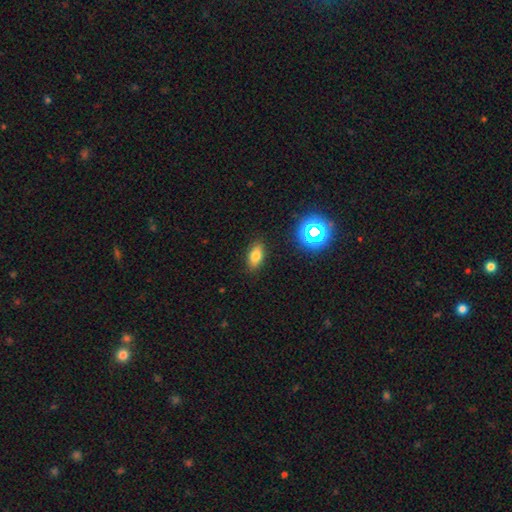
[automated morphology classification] Smooth or featured: smooth — 75% (star or artifact — 15%)
How rounded: in between — 85% (cigar-shaped — 7%)
Merging: none — 87% (minor disturbance — 9%)